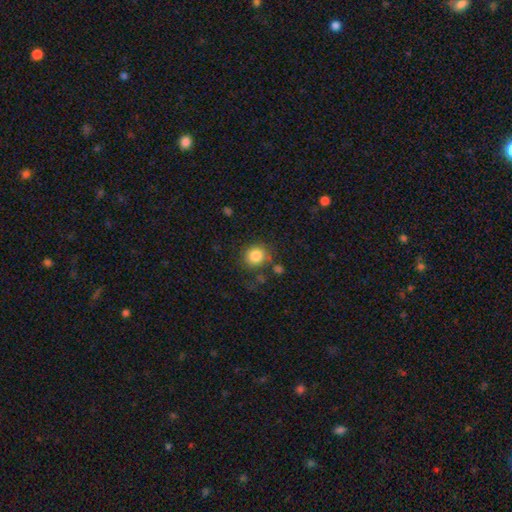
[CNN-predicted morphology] smooth-or-featured: smooth: 84% | star or artifact: 10% | featured or disk: 6%
  how-rounded: round: 84% | in between: 15% | cigar-shaped: 1%
  merging: none: 77% | minor disturbance: 13% | merger: 6% | major disturbance: 5%